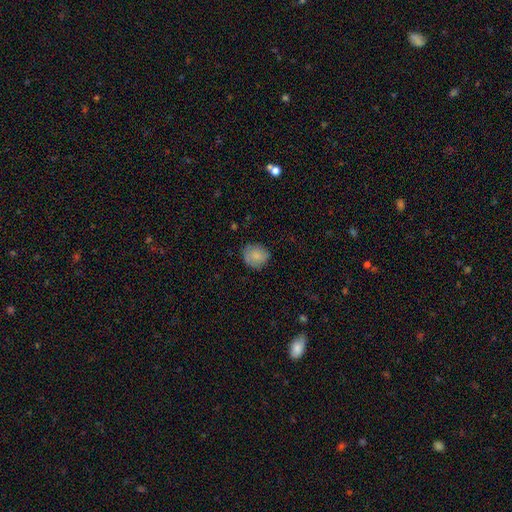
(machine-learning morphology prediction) smooth 80%, featured or disk 12%, star or artifact 8%. Down the decision tree: how rounded — round (72%); merging — none (74%).